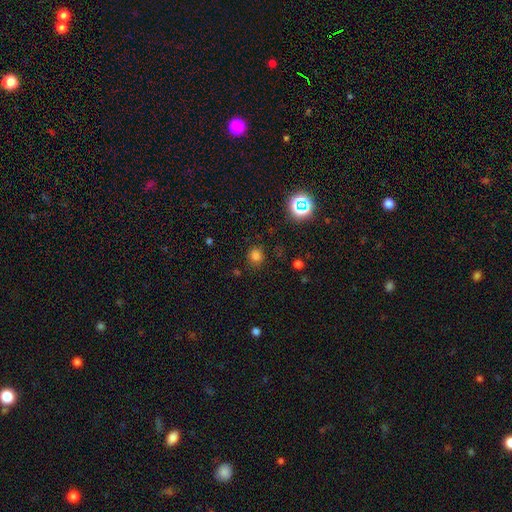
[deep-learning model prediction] Smooth or featured? Predicted: smooth (p=0.73). How rounded? Predicted: round (p=0.81). Merging? Predicted: none (p=0.82).